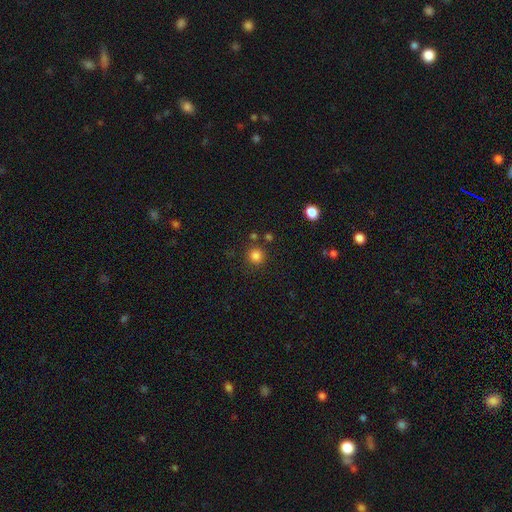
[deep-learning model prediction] This is clearly a smooth galaxy (82%). How rounded: clearly round (93%). Merging: clearly none (83%).